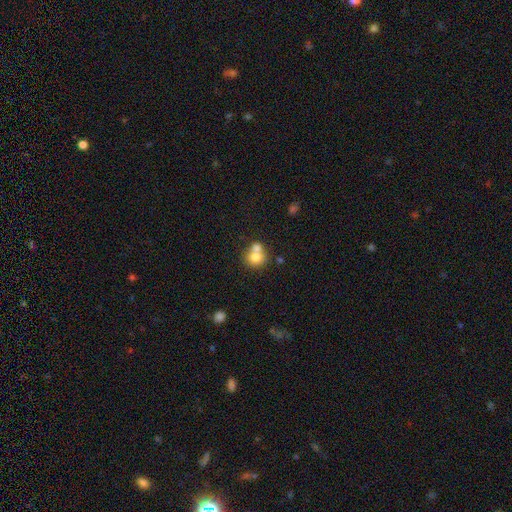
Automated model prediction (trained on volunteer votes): A smooth galaxy with no disk features (75%) that is round (78%).

Vote fractions:
- Smooth or featured? smooth: 75% / featured or disk: 15% / star or artifact: 10%
- How rounded? round: 78% / in between: 21% / cigar-shaped: 1%
- Merging? merger: 54% / none: 35% / minor disturbance: 7% / major disturbance: 3%